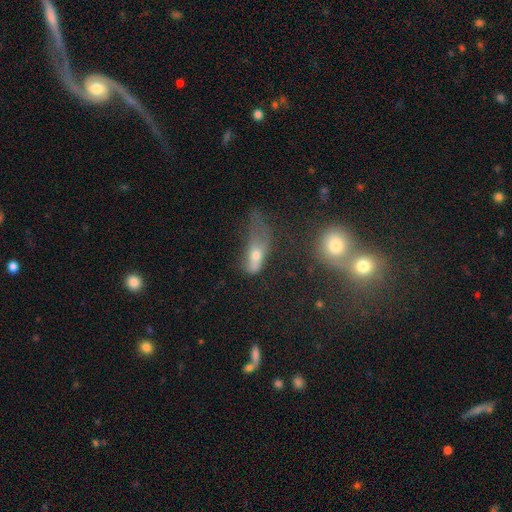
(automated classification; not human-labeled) Smooth or featured: smooth — 56% (featured or disk — 31%)
How rounded: in between — 66% (cigar-shaped — 25%)
Merging: major disturbance — 53% (minor disturbance — 21%)